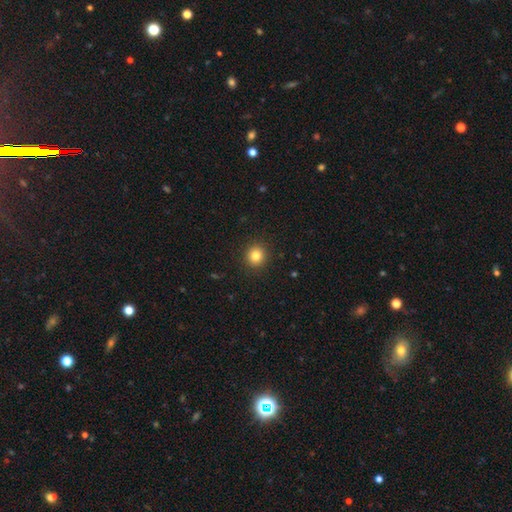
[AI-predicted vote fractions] Morphology: type=smooth (82%); roundness=round (89%); merging=none (91%).